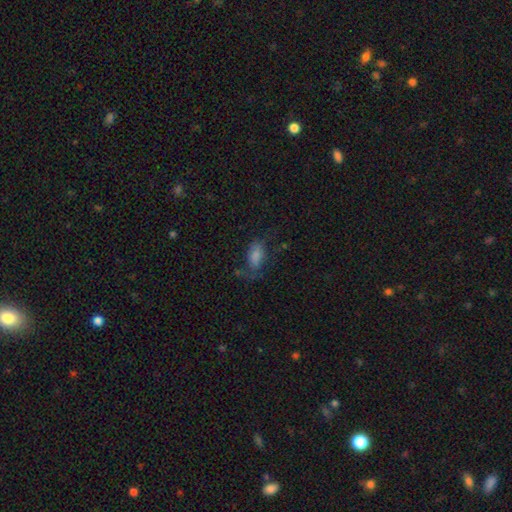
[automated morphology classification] smooth-or-featured: smooth: 67% | featured or disk: 18% | star or artifact: 15%
  how-rounded: in between: 88% | round: 6% | cigar-shaped: 6%
  merging: none: 51% | minor disturbance: 23% | major disturbance: 22% | merger: 3%